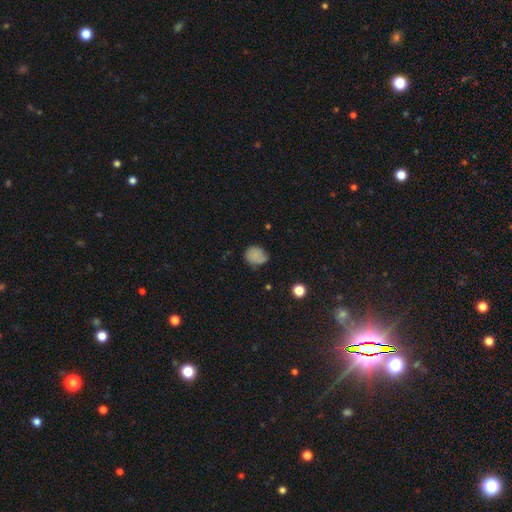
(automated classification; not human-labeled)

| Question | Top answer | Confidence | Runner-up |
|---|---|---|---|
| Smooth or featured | smooth | 72% | featured or disk (17%) |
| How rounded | round | 61% | in between (38%) |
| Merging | none | 64% | minor disturbance (27%) |